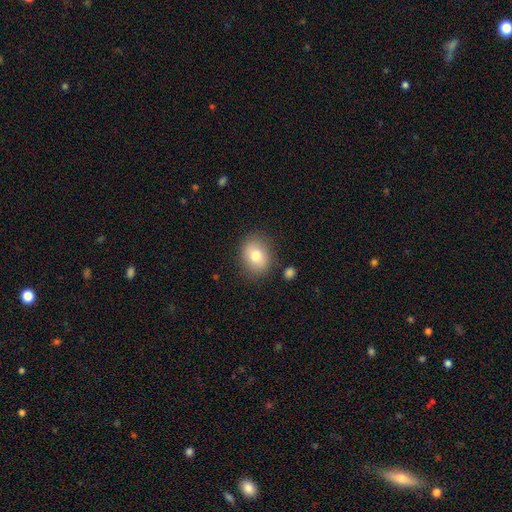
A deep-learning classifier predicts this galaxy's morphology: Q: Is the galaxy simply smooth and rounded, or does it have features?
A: smooth — 77%.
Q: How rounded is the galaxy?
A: round — 51%.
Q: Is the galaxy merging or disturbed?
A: none — 83%.